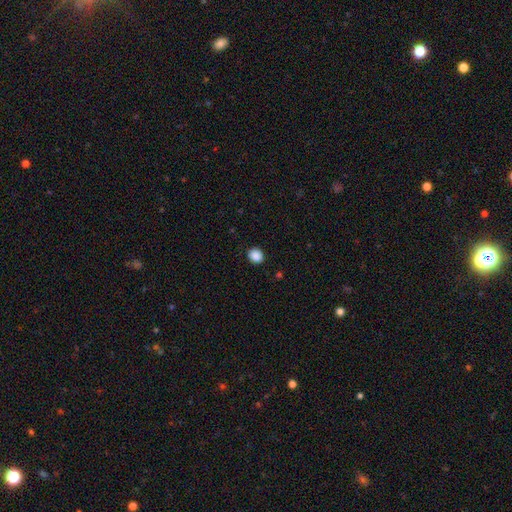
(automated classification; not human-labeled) The model was most divided on "how rounded": round: 79%, in between: 21%, cigar-shaped: 1%. More confident: merging — none (91%); smooth or featured — smooth (89%).